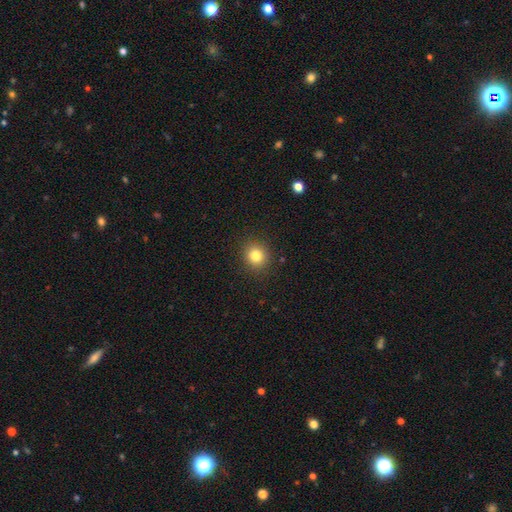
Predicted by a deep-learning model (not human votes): smooth 81%, star or artifact 12%, featured or disk 7%. Down the decision tree: how rounded — round (84%); merging — none (90%).